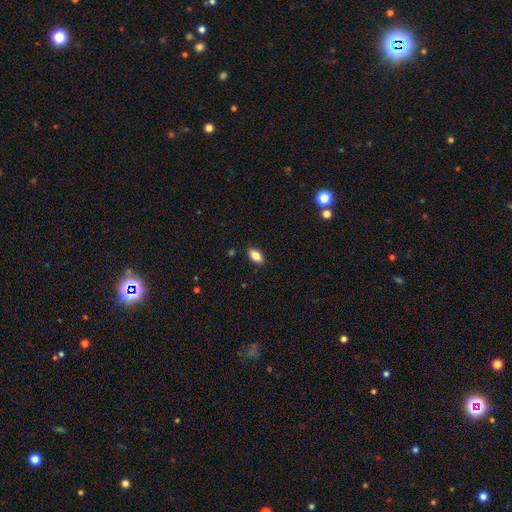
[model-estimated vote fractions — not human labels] Smooth or featured?
  - smooth: 83% *
  - featured or disk: 10%
  - star or artifact: 8%
How rounded?
  - in between: 91% *
  - round: 5%
  - cigar-shaped: 4%
Merging?
  - none: 88% *
  - minor disturbance: 9%
  - major disturbance: 2%
  - merger: 1%